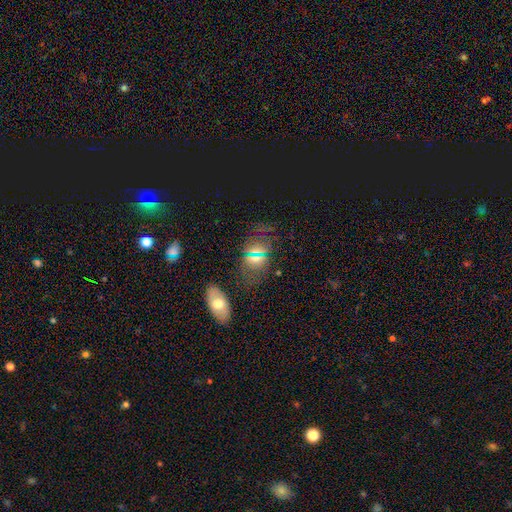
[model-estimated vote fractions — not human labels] A star or artifact, not a galaxy (42%).

Vote fractions:
- Smooth or featured? star or artifact: 42% / smooth: 39% / featured or disk: 19%